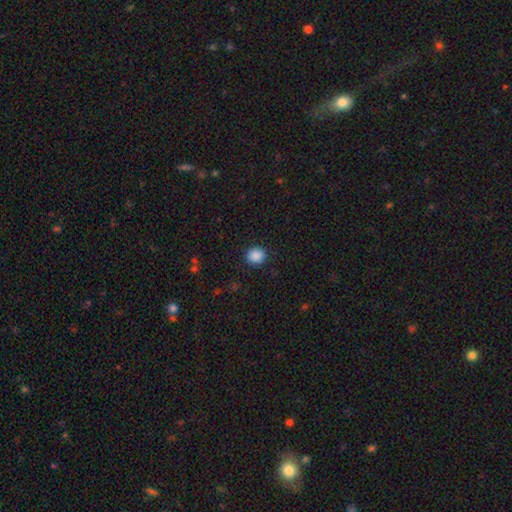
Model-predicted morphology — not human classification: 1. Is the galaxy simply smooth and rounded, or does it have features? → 88% smooth, 9% star or artifact, 2% featured or disk.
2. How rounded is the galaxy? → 80% round, 19% in between, 1% cigar-shaped.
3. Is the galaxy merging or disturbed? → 90% none, 6% minor disturbance, 2% major disturbance, 1% merger.